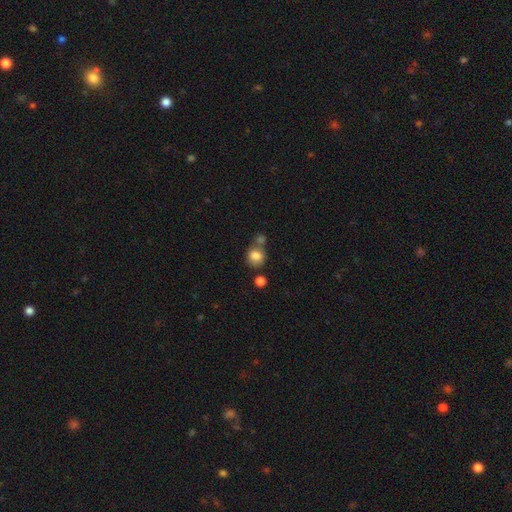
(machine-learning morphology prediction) A smooth galaxy with no disk features (83%) that is round (74%).

Vote fractions:
- Smooth or featured? smooth: 83% / star or artifact: 10% / featured or disk: 8%
- How rounded? round: 74% / in between: 25% / cigar-shaped: 1%
- Merging? none: 55% / merger: 27% / minor disturbance: 13% / major disturbance: 5%